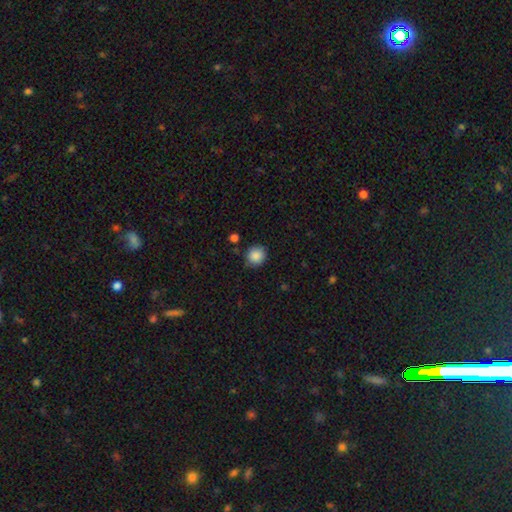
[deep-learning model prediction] Smooth or featured?
  - smooth: 88% *
  - star or artifact: 9%
  - featured or disk: 4%
How rounded?
  - round: 90% *
  - in between: 9%
  - cigar-shaped: 1%
Merging?
  - none: 83% *
  - minor disturbance: 12%
  - major disturbance: 3%
  - merger: 2%